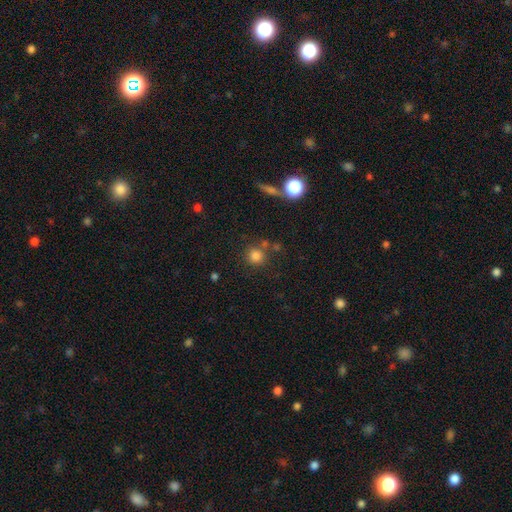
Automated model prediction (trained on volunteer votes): Overall: smooth (80%). How rounded: round (92%). Merging: none (73%).